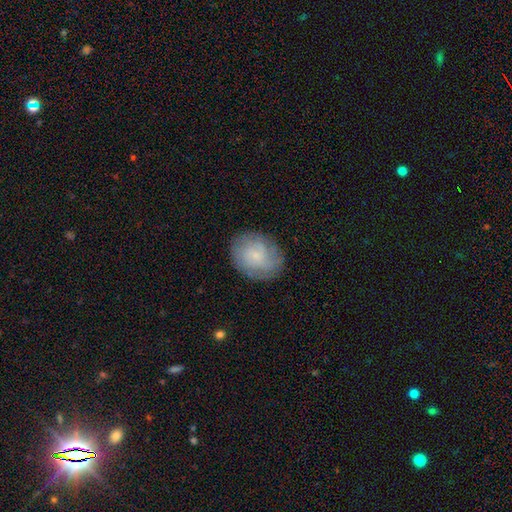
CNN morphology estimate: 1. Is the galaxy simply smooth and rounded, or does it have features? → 48% smooth, 44% featured or disk, 8% star or artifact.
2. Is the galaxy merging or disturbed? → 79% none, 15% minor disturbance, 5% major disturbance, 1% merger.